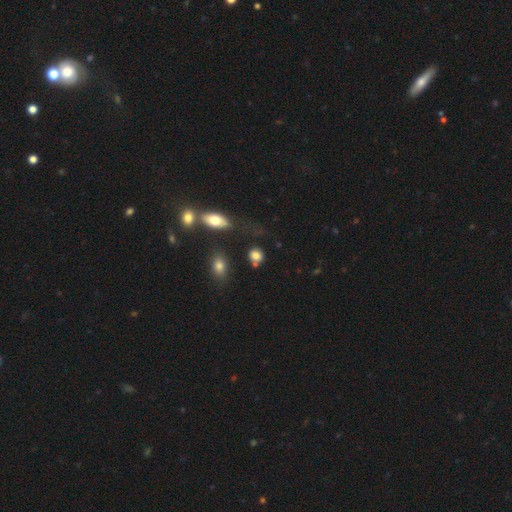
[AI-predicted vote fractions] smooth_or_featured: smooth (p=0.82) [alt: star or artifact p=0.11]
how_rounded: round (p=0.69) [alt: in between p=0.29]
merging: none (p=0.61) [alt: minor disturbance p=0.16]